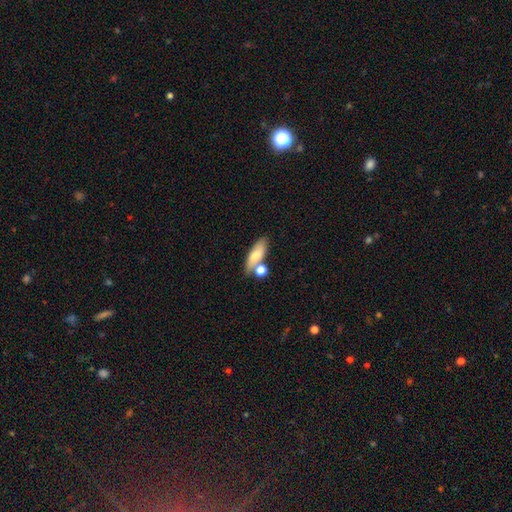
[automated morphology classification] smooth_or_featured: smooth (p=0.69) [alt: featured or disk p=0.23]
how_rounded: in between (p=0.66) [alt: cigar-shaped p=0.28]
merging: none (p=0.53) [alt: merger p=0.26]